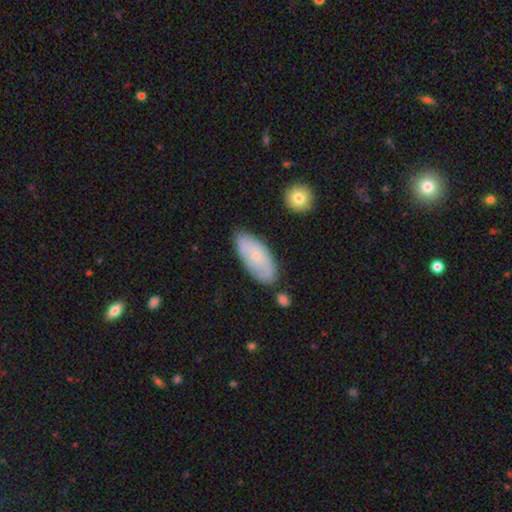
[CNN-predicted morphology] Smooth or featured?
  - smooth: 58% *
  - featured or disk: 36%
  - star or artifact: 6%
How rounded?
  - in between: 89% *
  - cigar-shaped: 8%
  - round: 3%
Merging?
  - none: 71% *
  - minor disturbance: 21%
  - major disturbance: 4%
  - merger: 3%